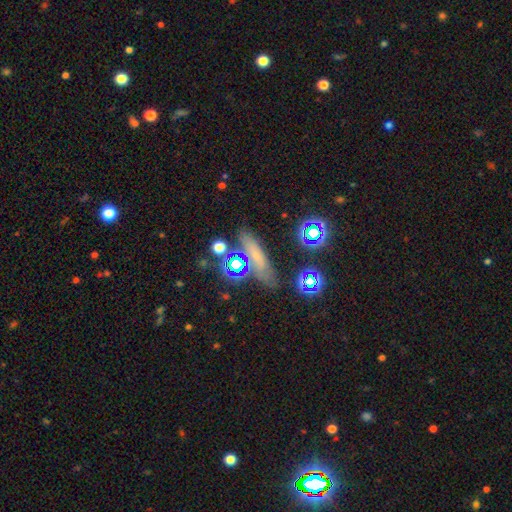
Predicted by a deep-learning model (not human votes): The model was most divided on "smooth or featured": smooth: 55%, star or artifact: 23%, featured or disk: 22%. More confident: merging — none (73%); how rounded — cigar-shaped (68%).